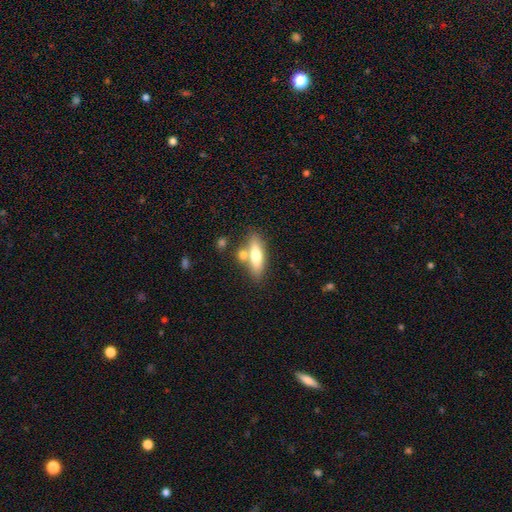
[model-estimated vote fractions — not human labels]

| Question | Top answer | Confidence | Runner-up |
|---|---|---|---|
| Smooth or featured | smooth | 65% | featured or disk (29%) |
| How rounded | in between | 51% | cigar-shaped (46%) |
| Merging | none | 62% | merger (21%) |